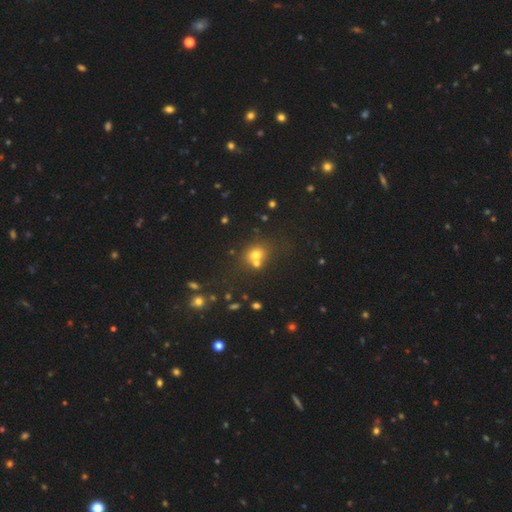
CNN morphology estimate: This is likely a smooth galaxy (64%). How rounded: likely round (74%). Merging: possibly none (48%).